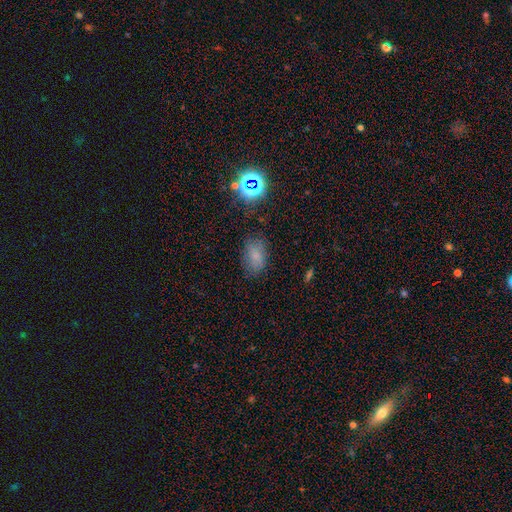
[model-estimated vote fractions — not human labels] Smooth or featured?
  - smooth: 70% *
  - star or artifact: 19%
  - featured or disk: 11%
How rounded?
  - in between: 88% *
  - round: 10%
  - cigar-shaped: 2%
Merging?
  - none: 71% *
  - minor disturbance: 19%
  - major disturbance: 7%
  - merger: 2%